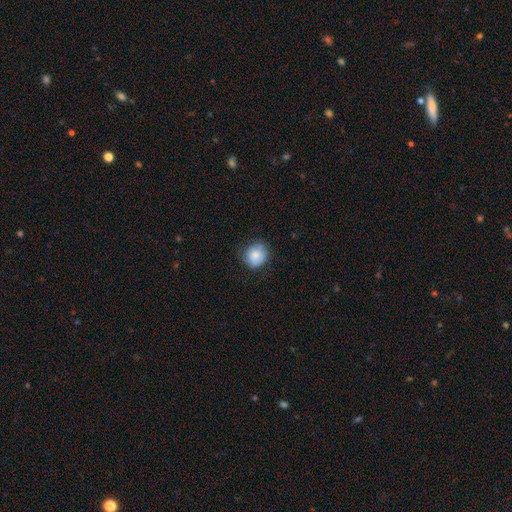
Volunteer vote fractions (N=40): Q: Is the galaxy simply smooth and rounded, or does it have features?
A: smooth — 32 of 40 (80%).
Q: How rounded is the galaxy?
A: round — 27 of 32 (84%).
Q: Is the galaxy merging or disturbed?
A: none — 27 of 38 (71%).